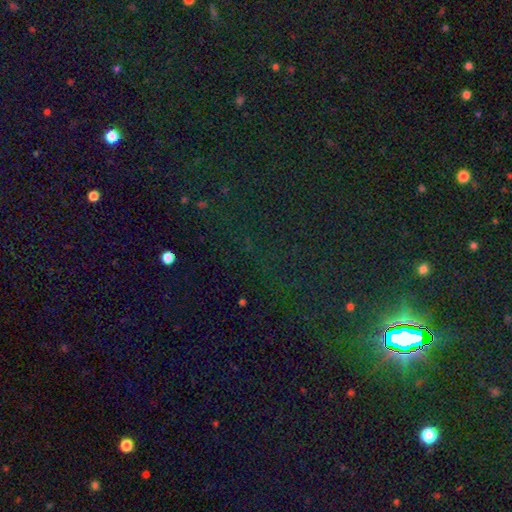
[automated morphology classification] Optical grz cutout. It shows a star or artifact, not a galaxy (80%).